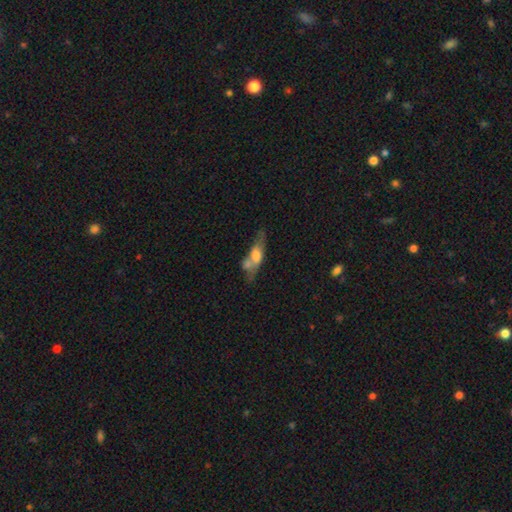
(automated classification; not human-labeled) smooth 50%, featured or disk 42%, star or artifact 8%. Down the decision tree: merging — none (35%, tied with merger).